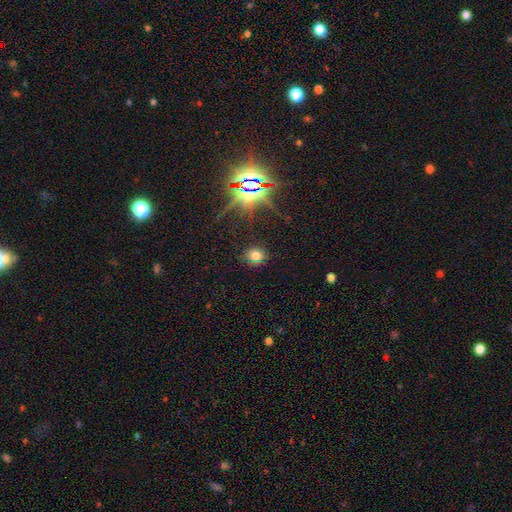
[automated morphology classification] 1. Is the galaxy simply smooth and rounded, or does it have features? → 68% smooth, 24% star or artifact, 8% featured or disk.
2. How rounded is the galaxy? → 81% round, 18% in between, 1% cigar-shaped.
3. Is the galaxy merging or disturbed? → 84% none, 10% minor disturbance, 4% major disturbance, 2% merger.